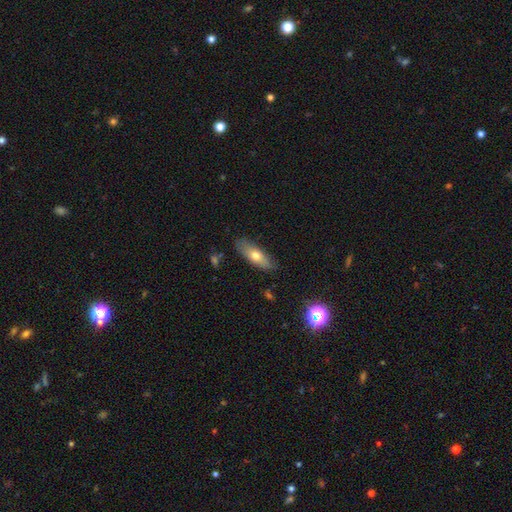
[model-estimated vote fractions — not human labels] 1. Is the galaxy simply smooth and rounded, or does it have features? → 66% smooth, 27% featured or disk, 7% star or artifact.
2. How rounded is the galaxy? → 60% in between, 37% cigar-shaped, 3% round.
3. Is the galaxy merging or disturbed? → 82% none, 14% minor disturbance, 3% major disturbance, 2% merger.